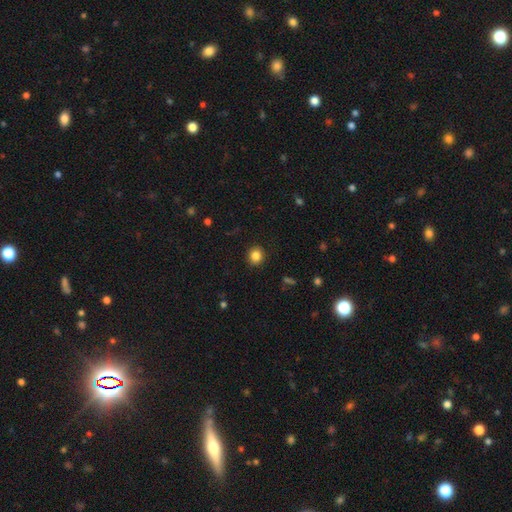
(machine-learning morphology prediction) A smooth galaxy with no disk features (84%) that is round (86%).

Vote fractions:
- Smooth or featured? smooth: 84% / star or artifact: 11% / featured or disk: 5%
- How rounded? round: 86% / in between: 14% / cigar-shaped: 1%
- Merging? none: 90% / minor disturbance: 6% / major disturbance: 2% / merger: 1%